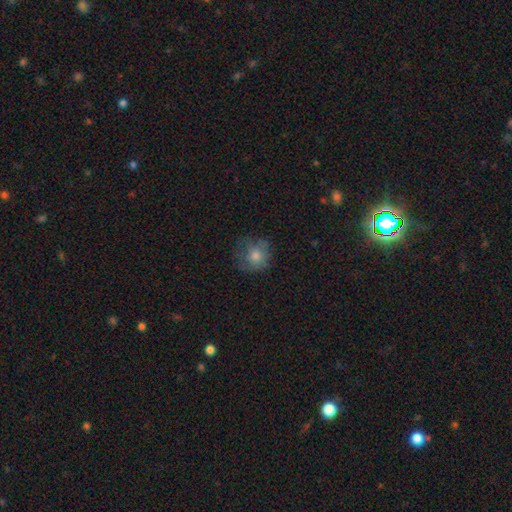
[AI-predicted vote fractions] Morphology: type=smooth (69%); roundness=round (87%); merging=none (69%).